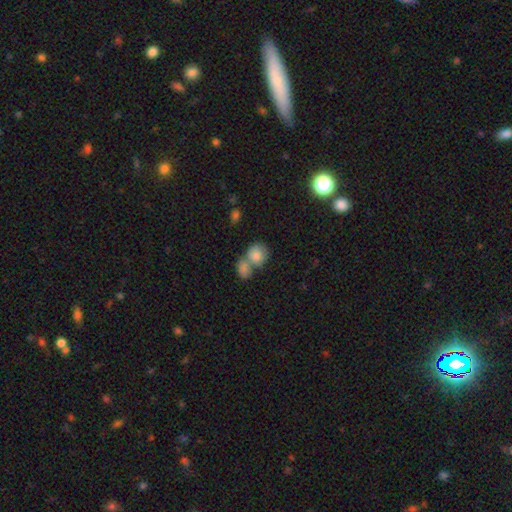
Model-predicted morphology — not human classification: smooth_or_featured: smooth (p=0.81) [alt: featured or disk p=0.10]
how_rounded: round (p=0.68) [alt: in between p=0.30]
merging: merger (p=0.57) [alt: none p=0.31]